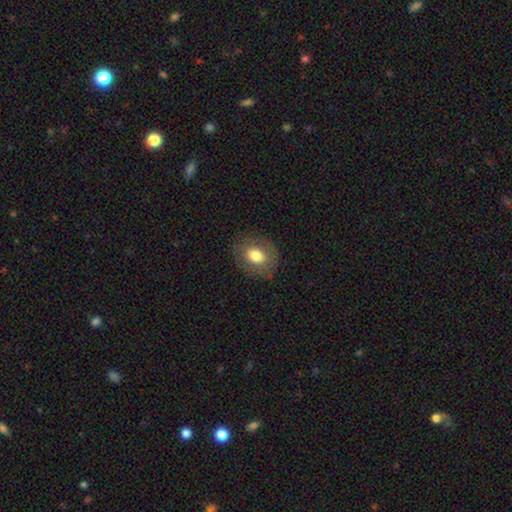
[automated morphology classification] Smooth or featured?
  - smooth: 74% *
  - featured or disk: 18%
  - star or artifact: 9%
How rounded?
  - in between: 51% *
  - round: 48%
  - cigar-shaped: 1%
Merging?
  - none: 83% *
  - minor disturbance: 11%
  - major disturbance: 5%
  - merger: 1%